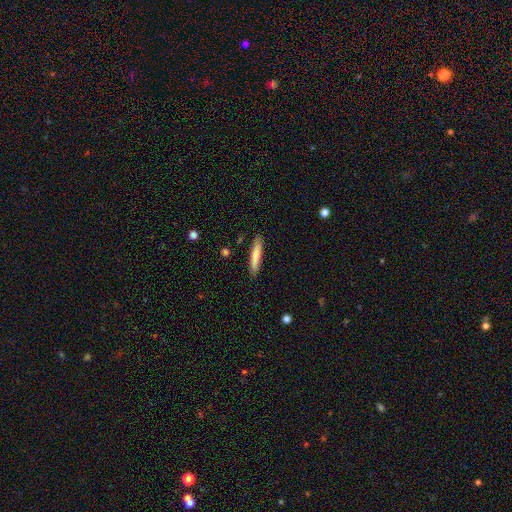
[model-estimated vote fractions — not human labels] Q: Smooth or featured?
A: smooth (75%); runner-up: featured or disk (19%)
Q: How rounded?
A: cigar-shaped (89%); runner-up: in between (10%)
Q: Merging?
A: none (88%); runner-up: minor disturbance (9%)